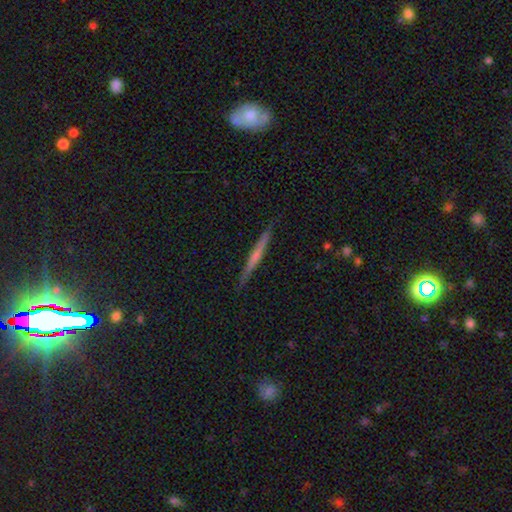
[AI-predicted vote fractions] featured or disk 64%, smooth 21%, star or artifact 15%. Down the decision tree: edge-on disk — yes (96%); edge-on bulge — rounded (54%); merging — none (89%).